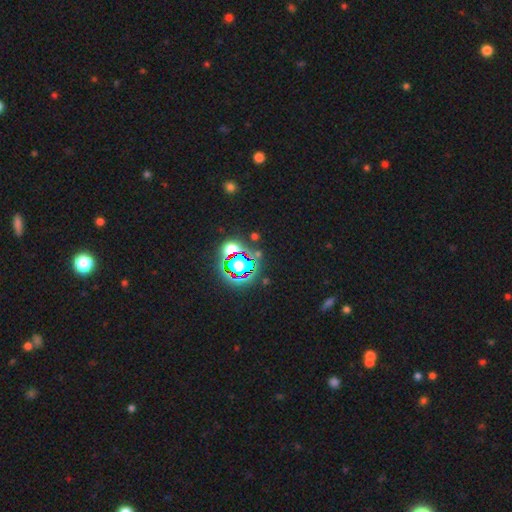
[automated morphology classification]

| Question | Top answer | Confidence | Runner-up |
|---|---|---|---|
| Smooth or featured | star or artifact | 74% | smooth (17%) |